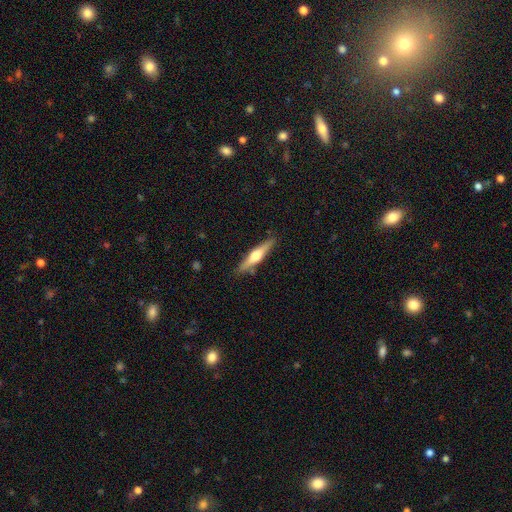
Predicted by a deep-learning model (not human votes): A featured or disk galaxy (58%) viewed edge-on (96%) with a rounded central bulge (91%).

Vote fractions:
- Smooth or featured? featured or disk: 58% / smooth: 36% / star or artifact: 5%
- Edge-on disk? yes: 96% / no: 4%
- Edge-on bulge? rounded: 91% / boxy: 5% / none: 4%
- Merging? none: 87% / minor disturbance: 9% / merger: 2% / major disturbance: 2%